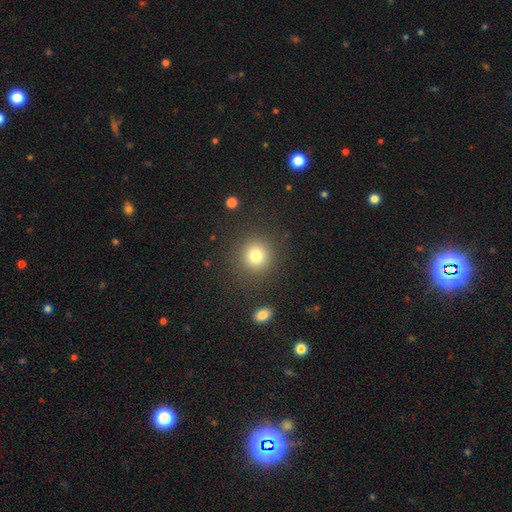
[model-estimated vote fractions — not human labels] smooth_or_featured: smooth (p=0.79) [alt: star or artifact p=0.13]
how_rounded: round (p=0.92) [alt: in between p=0.07]
merging: none (p=0.87) [alt: minor disturbance p=0.07]